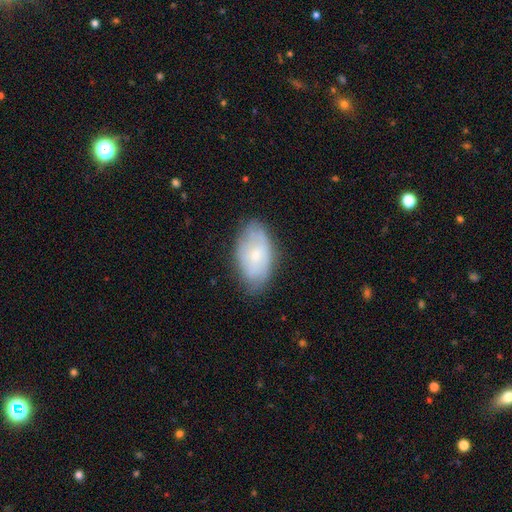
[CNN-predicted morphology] Q: Smooth or featured?
A: smooth (52%); runner-up: featured or disk (40%)
Q: How rounded?
A: in between (93%); runner-up: round (5%)
Q: Merging?
A: none (73%); runner-up: minor disturbance (21%)